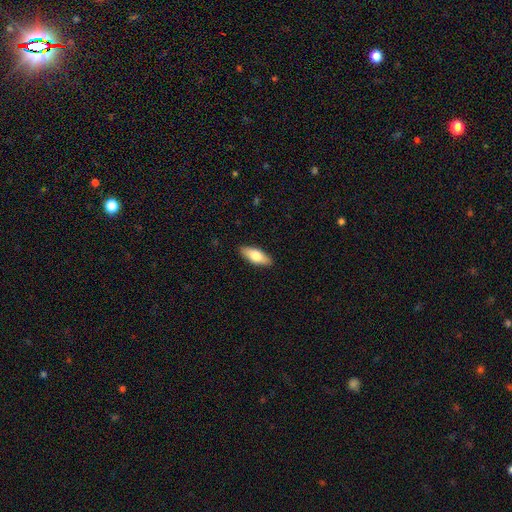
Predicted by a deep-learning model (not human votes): smooth_or_featured: smooth (p=0.72) [alt: featured or disk p=0.22]
how_rounded: in between (p=0.75) [alt: cigar-shaped p=0.23]
merging: none (p=0.89) [alt: minor disturbance p=0.08]